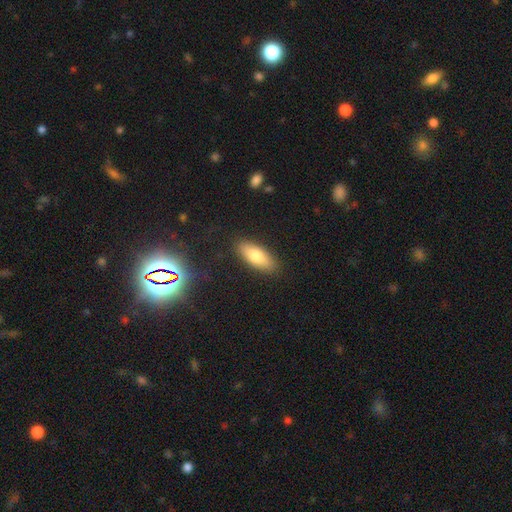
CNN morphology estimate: Smooth or featured? smooth (79%)
How rounded? in between (73%)
Merging? none (87%)